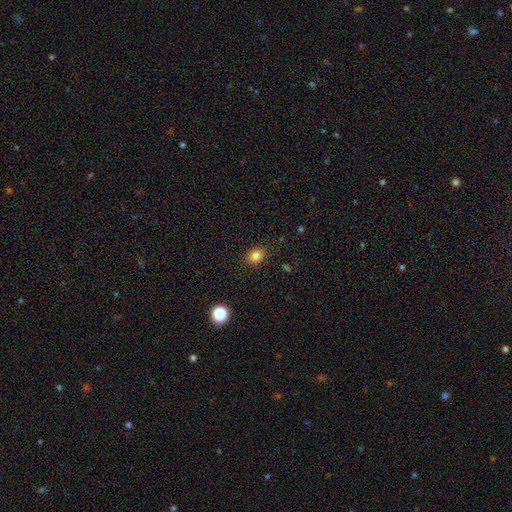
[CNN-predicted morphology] The model was most divided on "how rounded": in between: 54%, round: 45%, cigar-shaped: 1%. More confident: merging — none (85%); smooth or featured — smooth (82%).